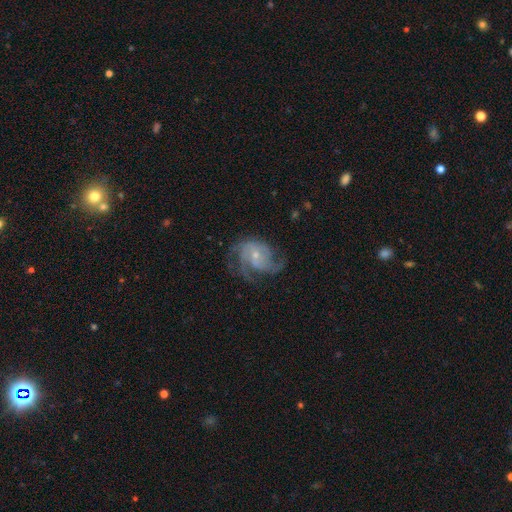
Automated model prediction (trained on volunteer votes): Smooth or featured? featured or disk (85%)
Edge-on disk? no (98%)
Bar? no (63%)
Spiral arms? yes (95%)
Spiral winding? medium (49%)
Spiral arm count? 3 (43%)
Bulge size? small (68%)
Merging? none (59%)